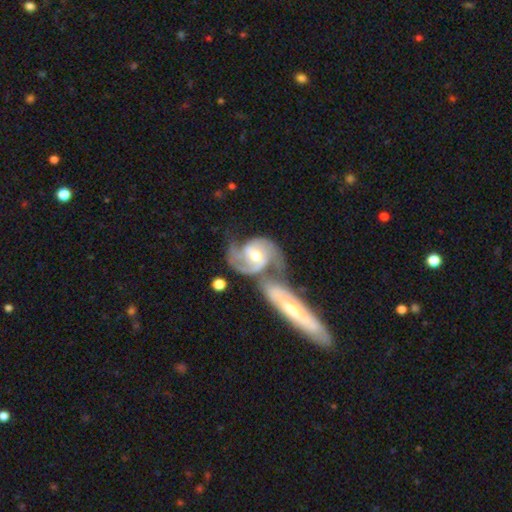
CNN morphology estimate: The model was most divided on "bar": weak: 44%, no: 38%, strong: 18%. More confident: edge-on disk — no (97%); spiral arms — yes (96%); smooth or featured — featured or disk (87%); spiral arm count — 2 (82%); bulge size — moderate (68%); merging — merger (59%); spiral winding — medium (51%).